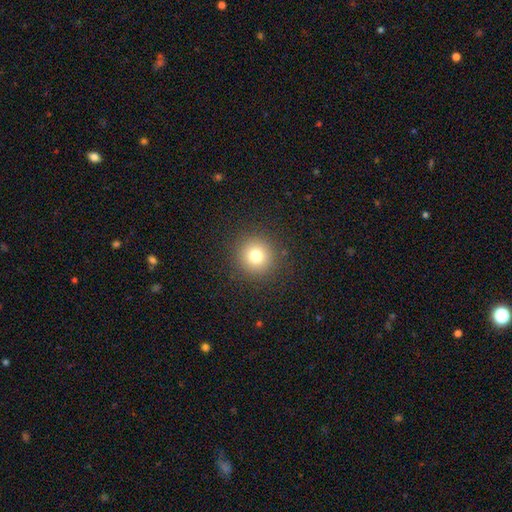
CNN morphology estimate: Smooth or featured? Predicted: smooth (p=0.77). How rounded? Predicted: round (p=0.95). Merging? Predicted: none (p=0.91).